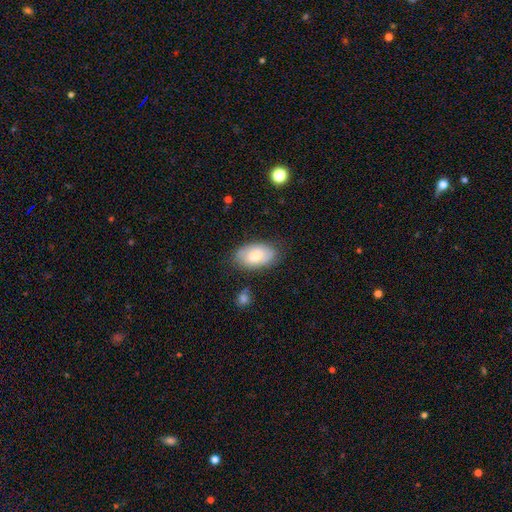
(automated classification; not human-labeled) smooth_or_featured: smooth (p=0.71) [alt: featured or disk p=0.23]
how_rounded: in between (p=0.94) [alt: round p=0.05]
merging: none (p=0.78) [alt: minor disturbance p=0.17]